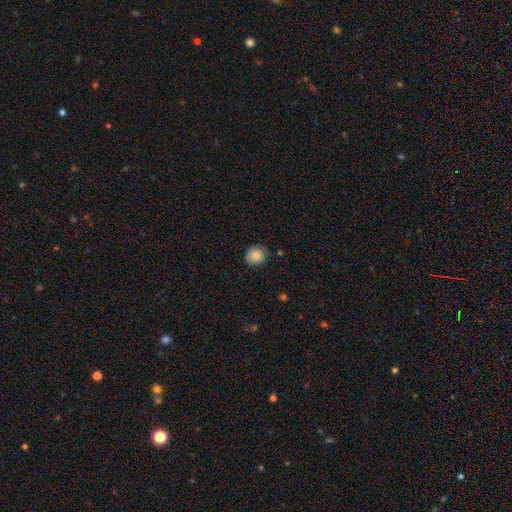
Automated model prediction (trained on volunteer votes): Smooth or featured: smooth — 86% (star or artifact — 9%)
How rounded: round — 85% (in between — 15%)
Merging: none — 76% (minor disturbance — 19%)